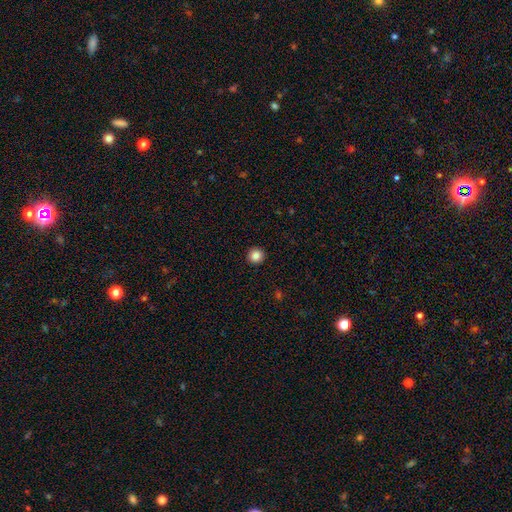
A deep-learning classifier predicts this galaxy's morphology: smooth-or-featured: smooth: 86% | star or artifact: 10% | featured or disk: 4%
  how-rounded: round: 96% | in between: 4% | cigar-shaped: 1%
  merging: none: 94% | minor disturbance: 4% | major disturbance: 1% | merger: 1%